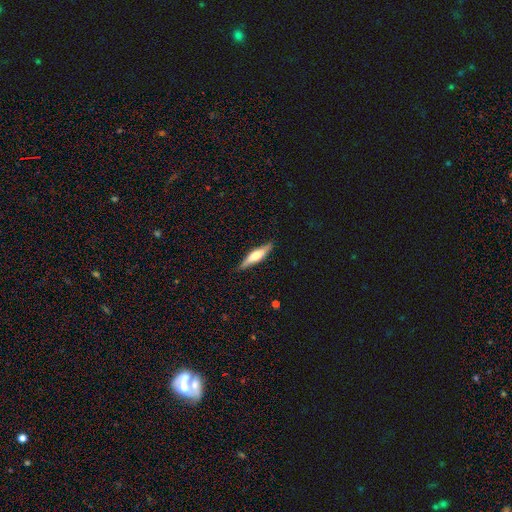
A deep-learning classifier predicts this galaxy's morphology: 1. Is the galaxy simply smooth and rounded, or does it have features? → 52% featured or disk, 43% smooth, 6% star or artifact.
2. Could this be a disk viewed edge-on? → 93% yes, 7% no.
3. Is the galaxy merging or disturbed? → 85% none, 12% minor disturbance, 2% major disturbance, 1% merger.